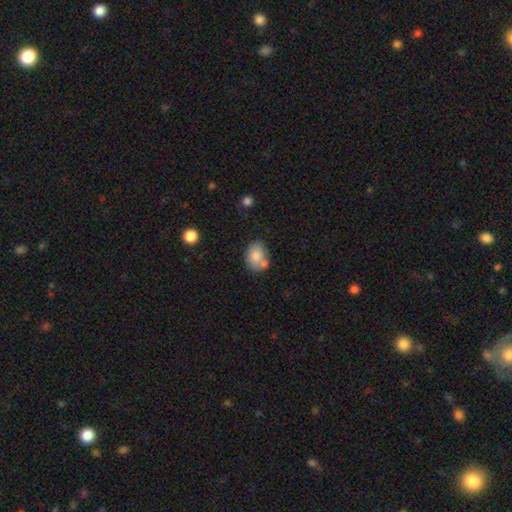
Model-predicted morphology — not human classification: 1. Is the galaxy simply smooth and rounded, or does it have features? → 80% smooth, 12% featured or disk, 8% star or artifact.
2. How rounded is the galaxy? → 71% in between, 28% round, 1% cigar-shaped.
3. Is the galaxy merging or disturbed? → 48% none, 29% merger, 17% minor disturbance, 6% major disturbance.